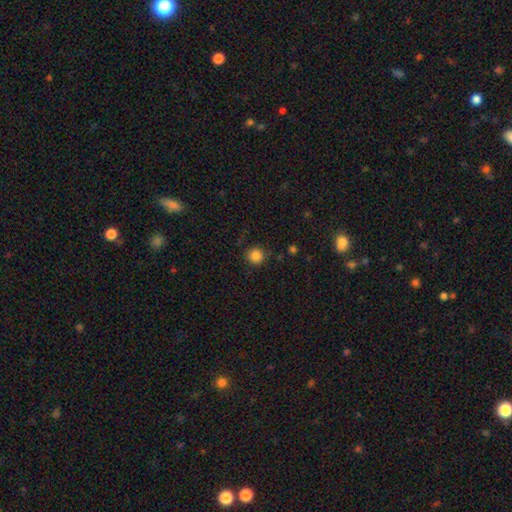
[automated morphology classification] This is clearly a smooth galaxy (85%). How rounded: clearly round (94%). Merging: clearly none (86%).